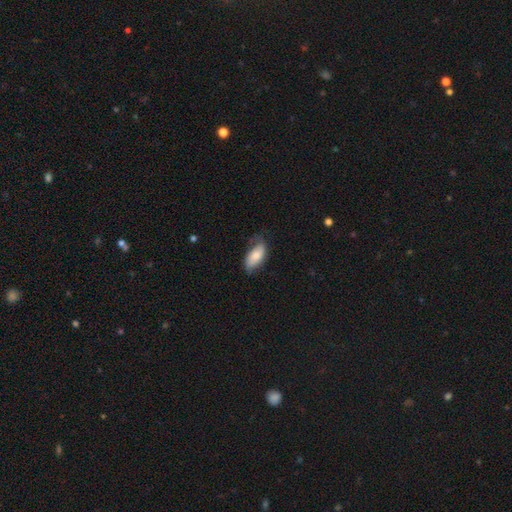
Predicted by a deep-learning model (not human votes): This is likely a smooth galaxy (68%). How rounded: clearly in between (91%). Merging: possibly none (51%).